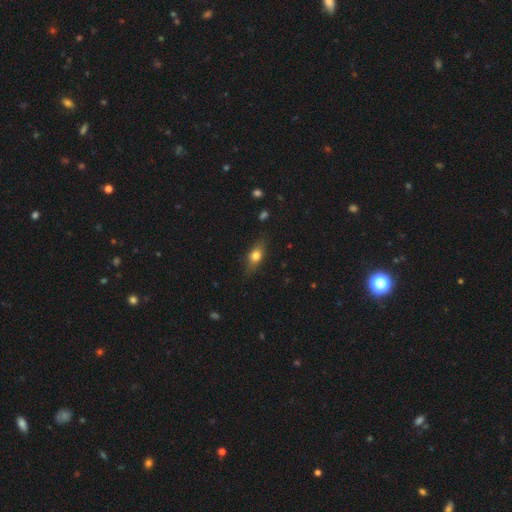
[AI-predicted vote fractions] Q: Smooth or featured?
A: smooth (68%); runner-up: featured or disk (24%)
Q: How rounded?
A: in between (69%); runner-up: cigar-shaped (20%)
Q: Merging?
A: none (80%); runner-up: minor disturbance (15%)